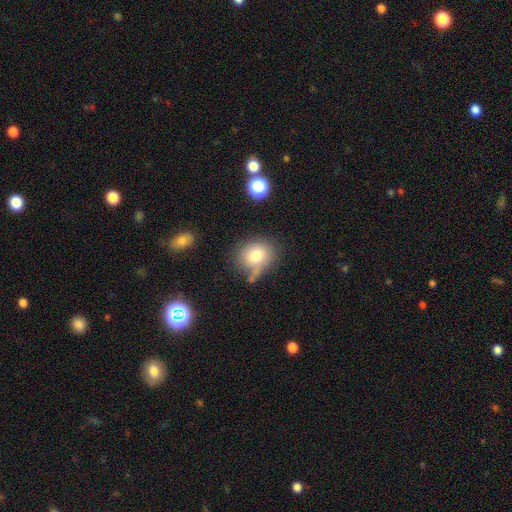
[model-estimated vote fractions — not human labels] Smooth or featured? smooth (77%)
How rounded? round (64%)
Merging? none (57%)